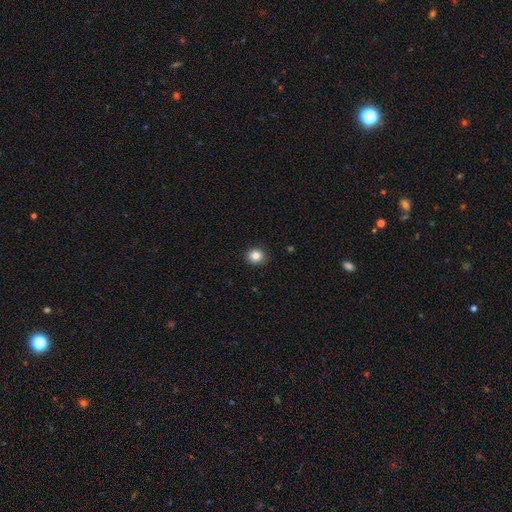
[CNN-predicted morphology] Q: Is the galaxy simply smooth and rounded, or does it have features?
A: smooth — 85%.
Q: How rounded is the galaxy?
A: round — 85%.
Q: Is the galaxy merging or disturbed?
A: none — 91%.